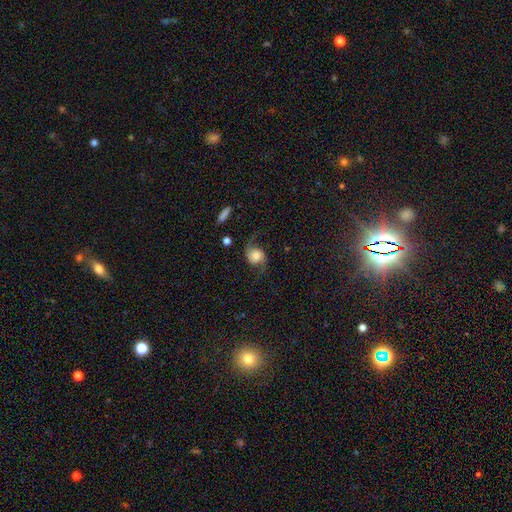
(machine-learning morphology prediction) featured or disk 75%, smooth 16%, star or artifact 9%. Down the decision tree: edge-on disk — no (97%); bar — no (70%); spiral arms — yes (96%); spiral arm count — 2 (93%); spiral winding — loose (73%); bulge size — large (36%); merging — none (72%).